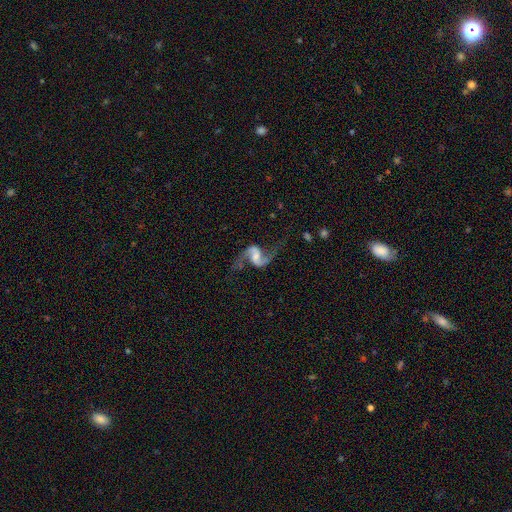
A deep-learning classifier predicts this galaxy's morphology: type=featured or disk (91%); edge-on=no (98%); bar=weak (47%); spiral arms=yes (97%); winding=loose (79%); arm count=2 (94%); bulge=small (32%); merging=none (72%).